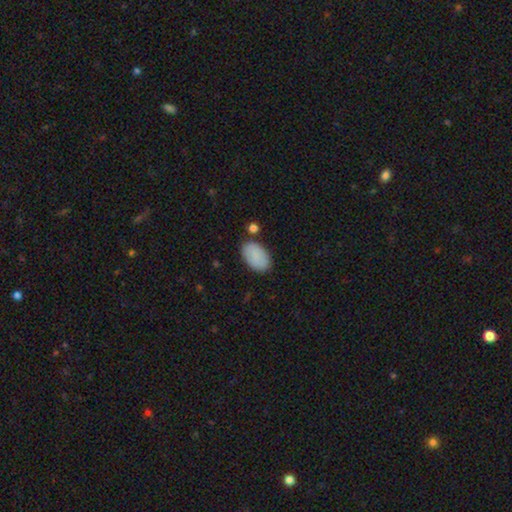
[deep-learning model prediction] This appears to be a smooth galaxy with no disk features (87%) that is in between round and cigar-shaped (94%). Merging: none (80%).